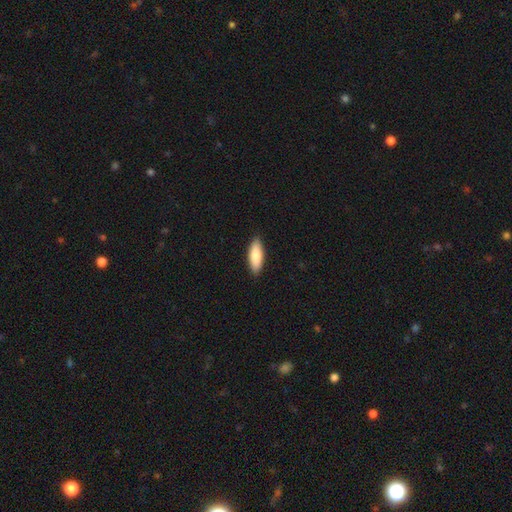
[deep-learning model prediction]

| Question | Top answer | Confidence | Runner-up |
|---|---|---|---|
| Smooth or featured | smooth | 83% | featured or disk (12%) |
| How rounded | in between | 66% | cigar-shaped (32%) |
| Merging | none | 89% | minor disturbance (8%) |